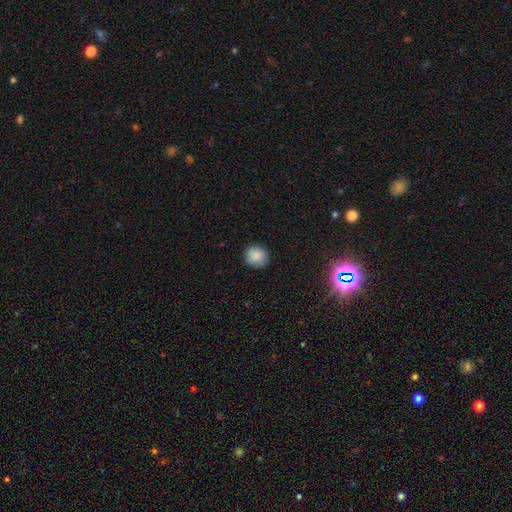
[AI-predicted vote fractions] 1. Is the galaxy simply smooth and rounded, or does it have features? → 87% smooth, 9% star or artifact, 4% featured or disk.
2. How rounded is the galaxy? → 92% round, 7% in between, 1% cigar-shaped.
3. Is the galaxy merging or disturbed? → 89% none, 8% minor disturbance, 2% major disturbance, 1% merger.